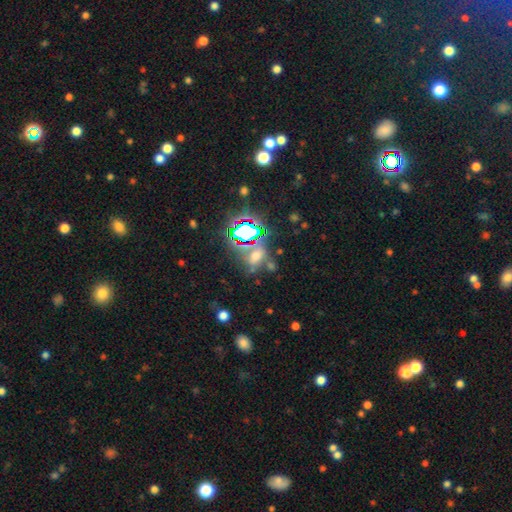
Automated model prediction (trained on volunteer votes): Smooth or featured?
  - star or artifact: 47% *
  - smooth: 39%
  - featured or disk: 13%